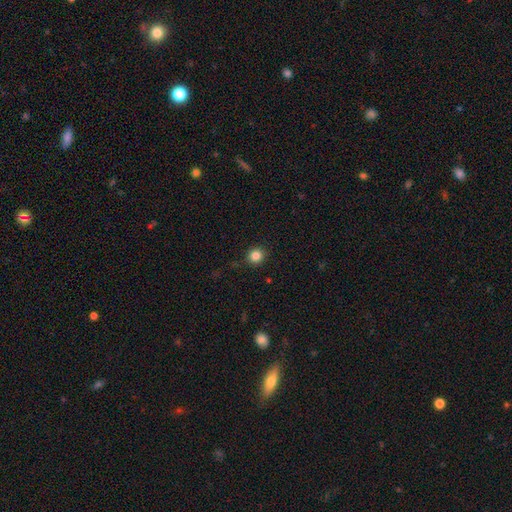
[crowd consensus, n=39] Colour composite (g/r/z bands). It shows a smooth galaxy with no disk features (90%) that is round (86%). Merging: none (87%).